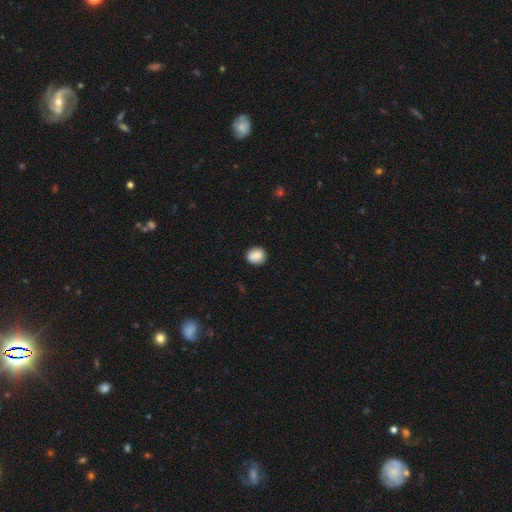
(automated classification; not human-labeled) The model was most divided on "how rounded": round: 73%, in between: 26%, cigar-shaped: 1%. More confident: smooth or featured — smooth (88%); merging — none (88%).